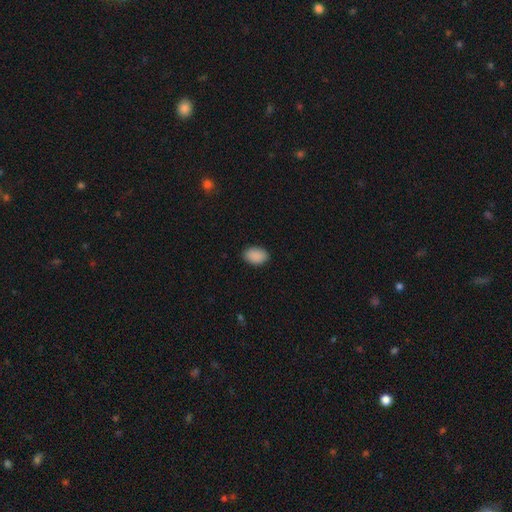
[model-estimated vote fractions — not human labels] Morphology: type=smooth (90%); roundness=in between (89%); merging=none (88%).